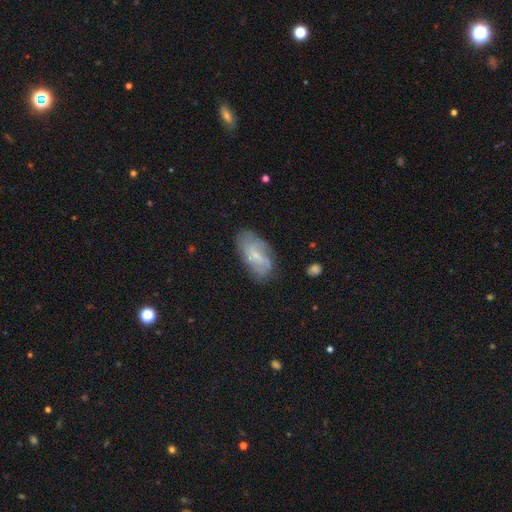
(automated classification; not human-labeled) smooth_or_featured: featured or disk (p=0.51) [alt: smooth p=0.41]
disk_edge_on: no (p=0.94) [alt: yes p=0.06]
merging: none (p=0.66) [alt: minor disturbance p=0.24]